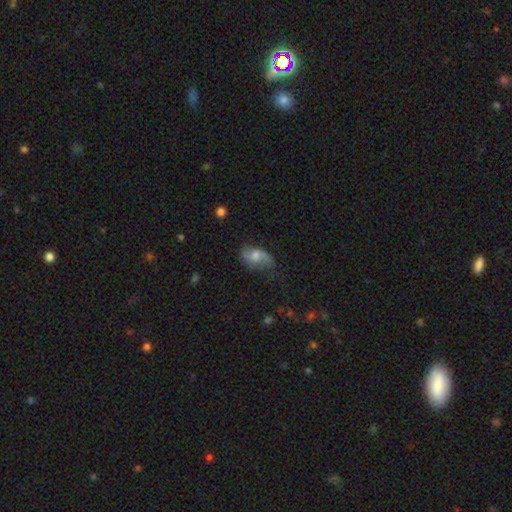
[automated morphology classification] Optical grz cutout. It shows a featured or disk galaxy (52%). Merging: none (56%).